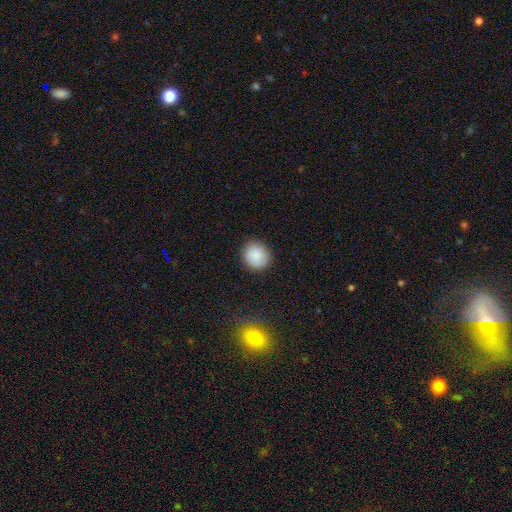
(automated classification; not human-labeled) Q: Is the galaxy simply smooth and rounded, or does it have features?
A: smooth — 88%.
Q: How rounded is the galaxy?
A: round — 87%.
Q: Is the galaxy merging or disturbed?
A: none — 89%.